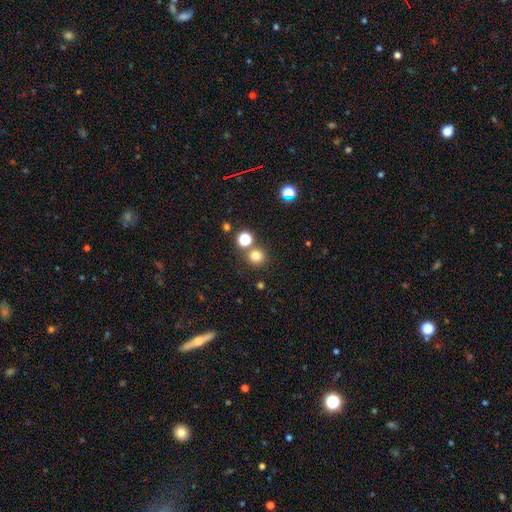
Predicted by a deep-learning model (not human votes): The model was most divided on "smooth or featured": smooth: 77%, star or artifact: 18%, featured or disk: 6%. More confident: how rounded — round (92%); merging — none (78%).